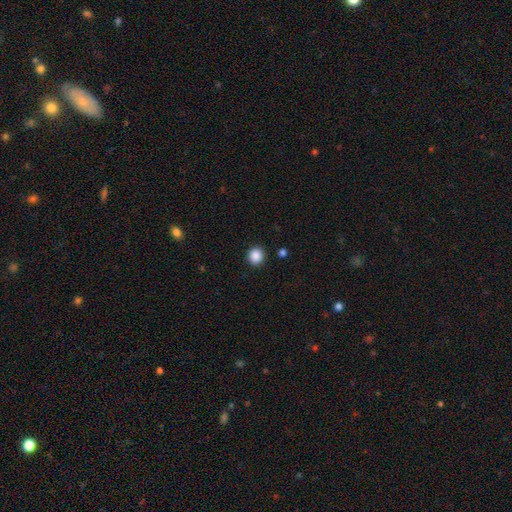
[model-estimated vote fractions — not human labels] Smooth or featured: smooth — 88% (star or artifact — 10%)
How rounded: round — 89% (in between — 10%)
Merging: none — 91% (minor disturbance — 5%)